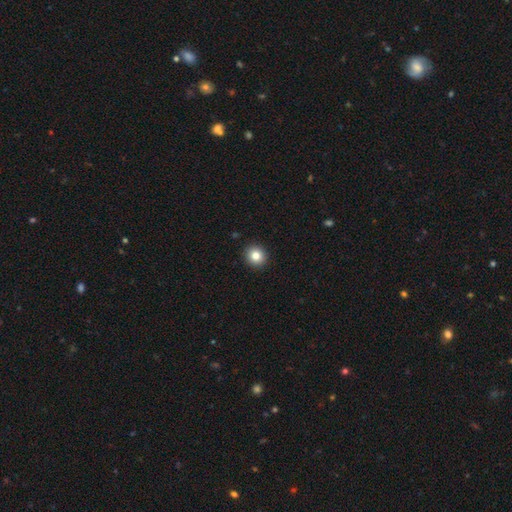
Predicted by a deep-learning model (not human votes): smooth_or_featured: smooth (p=0.83) [alt: star or artifact p=0.10]
how_rounded: round (p=0.89) [alt: in between p=0.11]
merging: none (p=0.92) [alt: minor disturbance p=0.05]